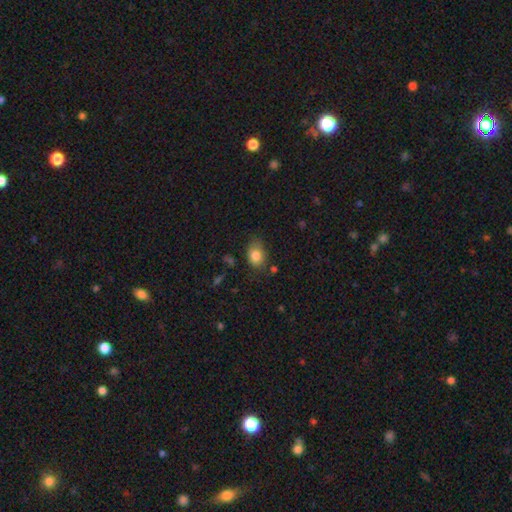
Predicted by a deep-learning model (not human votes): This is clearly a smooth galaxy (82%). How rounded: likely in between (71%). Merging: likely none (62%).